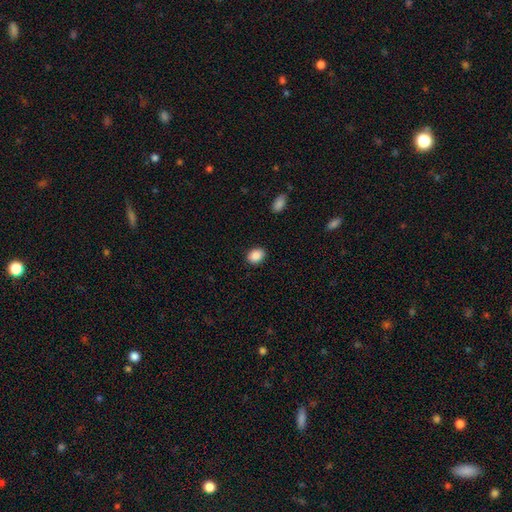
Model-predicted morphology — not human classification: A smooth galaxy with no disk features (89%) that is in between round and cigar-shaped (63%). Merging: none (88%).